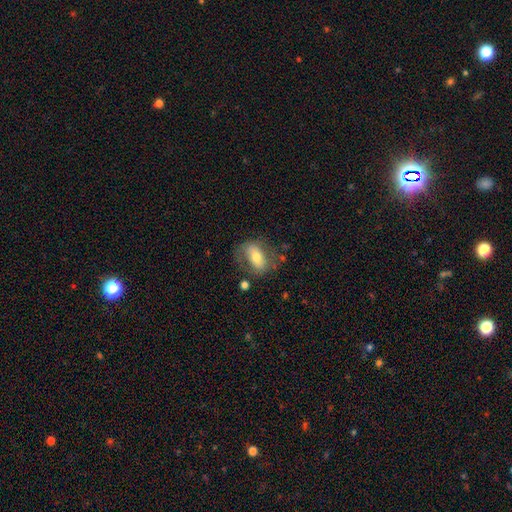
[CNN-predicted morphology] type=smooth (51%); roundness=in between (81%); merging=none (62%).